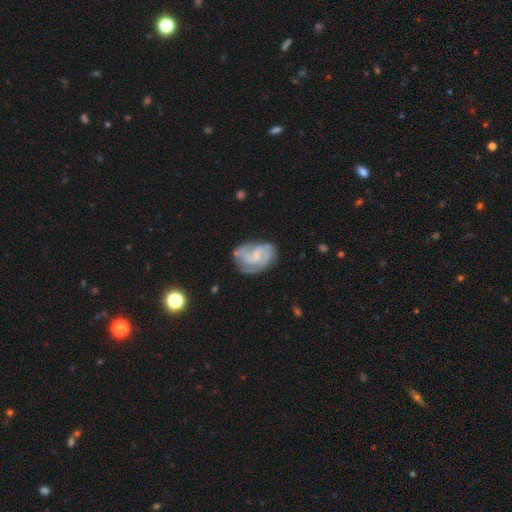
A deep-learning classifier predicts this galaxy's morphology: A featured or disk galaxy (74%) with a weak bar (46%), 2 (38%) medium (46%) spiral arms (90%) and a small central bulge (43%). Merging: none (58%).